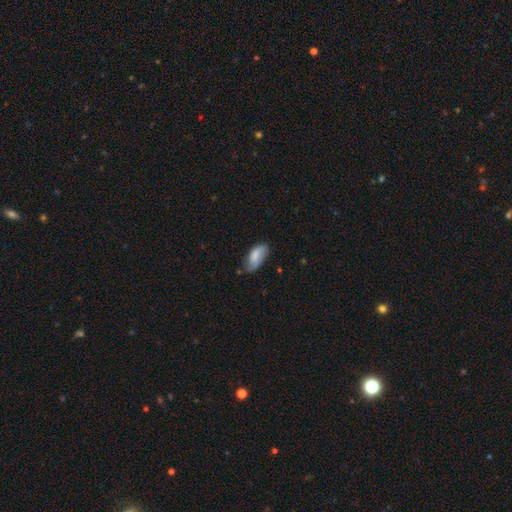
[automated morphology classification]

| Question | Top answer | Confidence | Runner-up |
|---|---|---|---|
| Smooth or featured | smooth | 73% | featured or disk (20%) |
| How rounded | in between | 91% | cigar-shaped (7%) |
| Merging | none | 53% | minor disturbance (36%) |